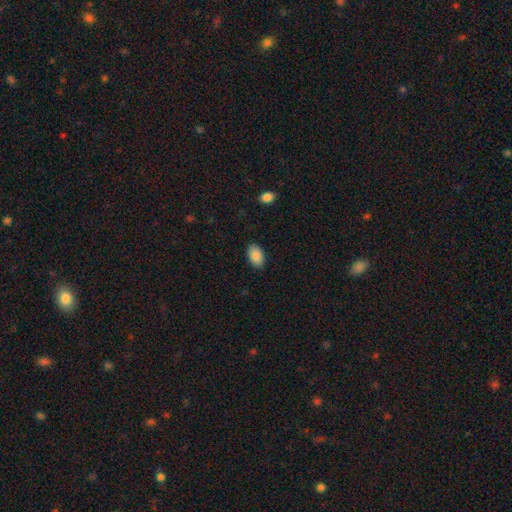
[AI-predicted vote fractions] A smooth galaxy with no disk features (89%) that is in between round and cigar-shaped (92%).

Vote fractions:
- Smooth or featured? smooth: 89% / star or artifact: 7% / featured or disk: 4%
- How rounded? in between: 92% / round: 6% / cigar-shaped: 1%
- Merging? none: 88% / minor disturbance: 9% / major disturbance: 2% / merger: 1%